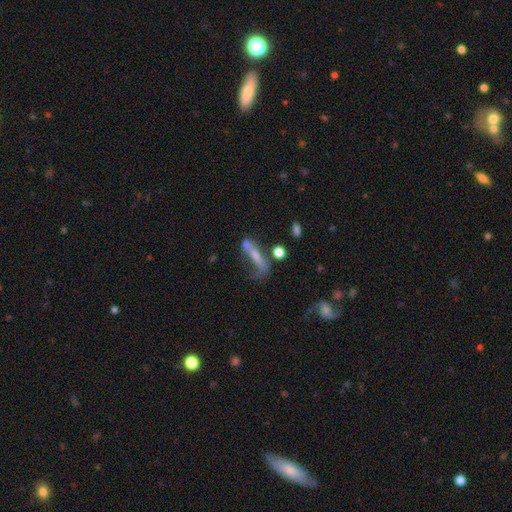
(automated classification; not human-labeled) Smooth or featured? Predicted: featured or disk (p=0.51). Edge-on disk? Predicted: no (p=0.60). Merging? Predicted: major disturbance (p=0.31).